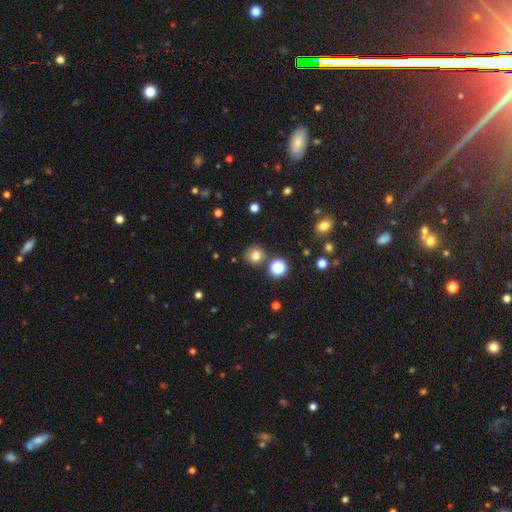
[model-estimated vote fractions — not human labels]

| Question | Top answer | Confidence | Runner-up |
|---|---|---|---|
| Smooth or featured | smooth | 77% | star or artifact (16%) |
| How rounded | round | 89% | in between (10%) |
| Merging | none | 82% | minor disturbance (8%) |